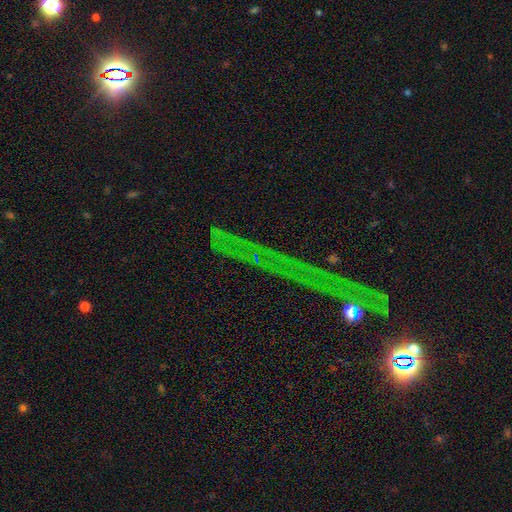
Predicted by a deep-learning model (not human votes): Q: Smooth or featured?
A: star or artifact (78%); runner-up: smooth (11%)